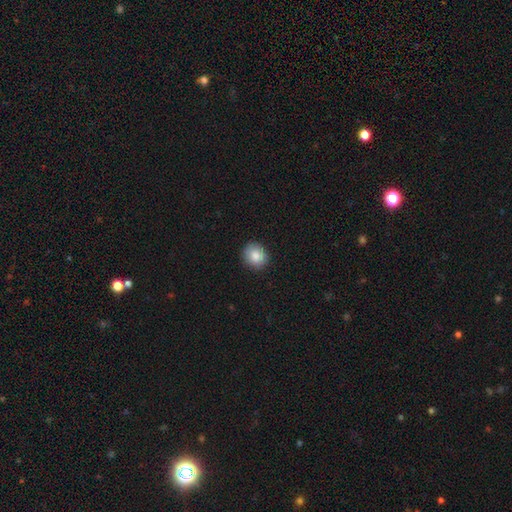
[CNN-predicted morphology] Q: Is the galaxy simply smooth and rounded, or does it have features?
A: smooth — 86%.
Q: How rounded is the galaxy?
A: round — 80%.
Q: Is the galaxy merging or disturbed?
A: none — 87%.